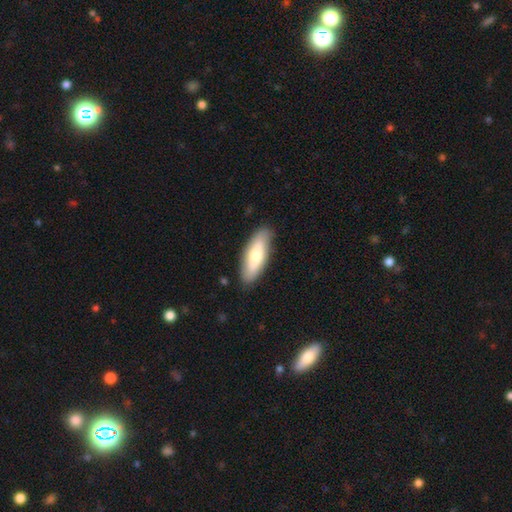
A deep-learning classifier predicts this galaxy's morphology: Smooth or featured? Predicted: smooth (p=0.69). How rounded? Predicted: in between (p=0.61). Merging? Predicted: none (p=0.87).